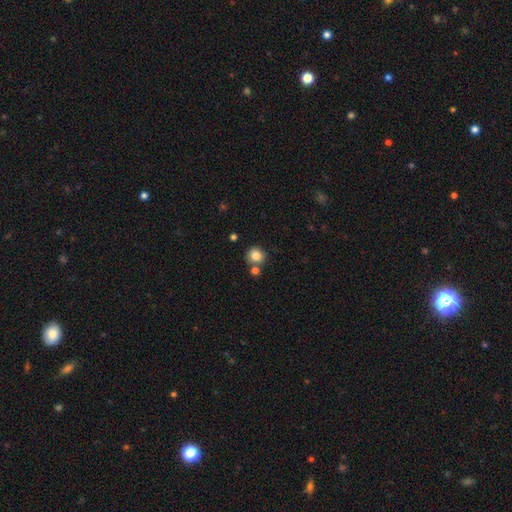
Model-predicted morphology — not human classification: smooth 82%, star or artifact 11%, featured or disk 7%. Down the decision tree: how rounded — round (89%); merging — none (71%).